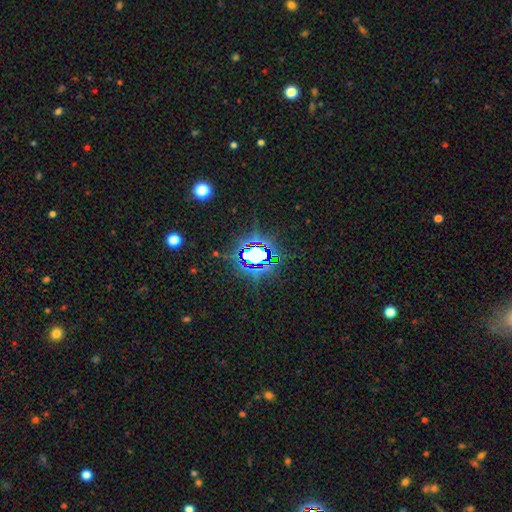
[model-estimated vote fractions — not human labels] This is likely a star or artifact rather than a galaxy (77%).